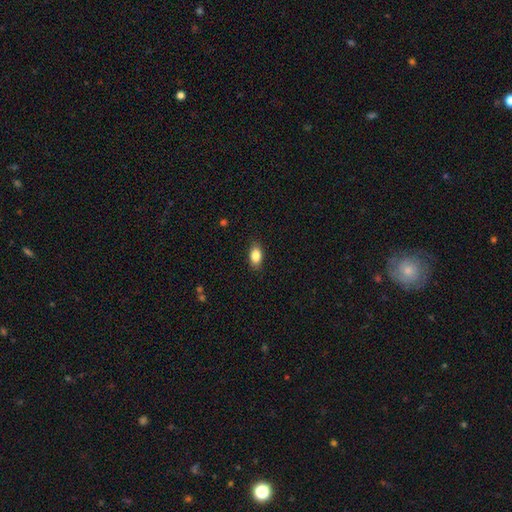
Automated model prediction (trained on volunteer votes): Morphology: type=smooth (85%); roundness=in between (88%); merging=none (86%).